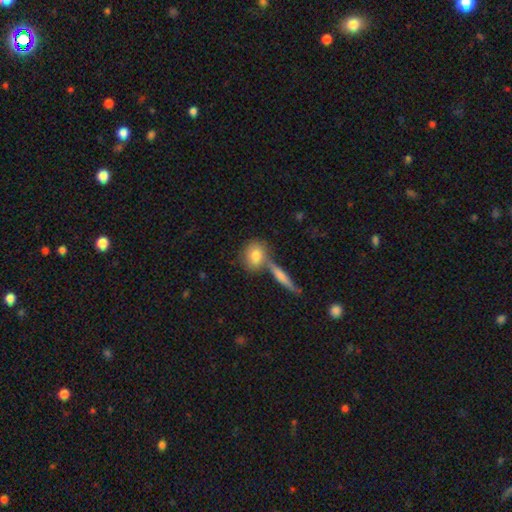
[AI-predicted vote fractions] Q: Smooth or featured?
A: smooth (78%); runner-up: featured or disk (15%)
Q: How rounded?
A: round (55%); runner-up: in between (38%)
Q: Merging?
A: none (58%); runner-up: merger (27%)